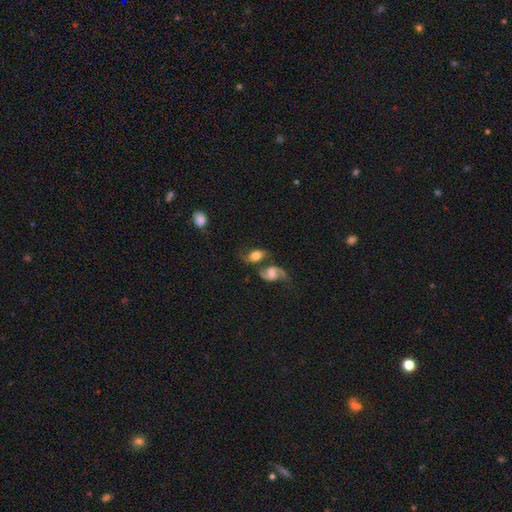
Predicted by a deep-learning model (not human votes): A smooth galaxy with no disk features (52%) that is in between round and cigar-shaped (79%). Merging: none (40%).